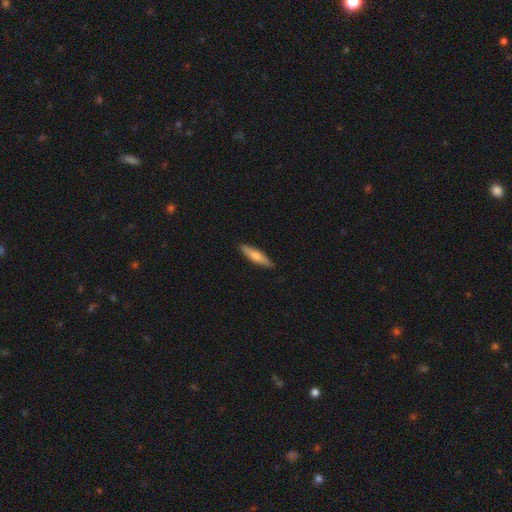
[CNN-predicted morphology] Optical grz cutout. It shows a smooth galaxy with no disk features (64%) that is cigar-shaped (74%). Merging: none (89%).